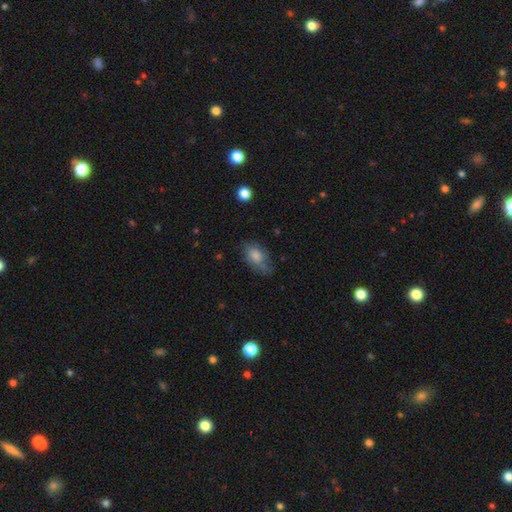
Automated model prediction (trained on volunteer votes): A smooth galaxy with no disk features (71%) that is in between round and cigar-shaped (88%).

Vote fractions:
- Smooth or featured? smooth: 71% / featured or disk: 20% / star or artifact: 9%
- How rounded? in between: 88% / round: 7% / cigar-shaped: 4%
- Merging? none: 64% / minor disturbance: 26% / major disturbance: 8% / merger: 2%